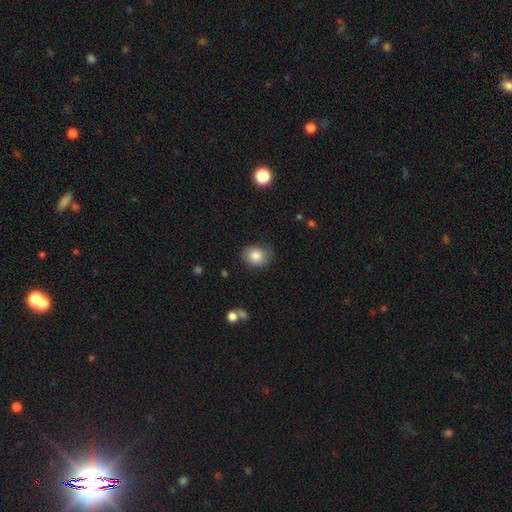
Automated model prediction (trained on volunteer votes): A smooth galaxy with no disk features (80%) that is round (51%).

Vote fractions:
- Smooth or featured? smooth: 80% / featured or disk: 12% / star or artifact: 8%
- How rounded? round: 51% / in between: 48% / cigar-shaped: 1%
- Merging? none: 70% / minor disturbance: 23% / major disturbance: 6% / merger: 2%